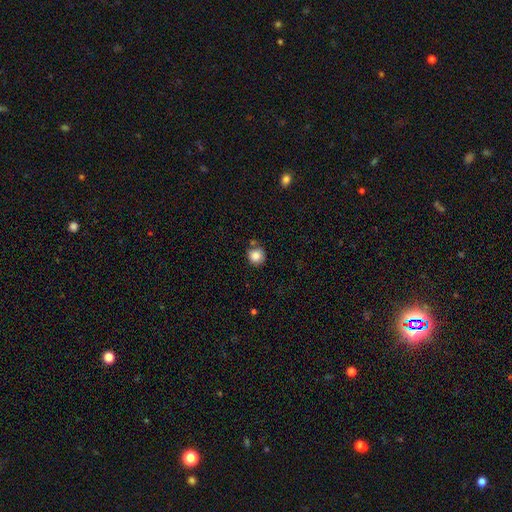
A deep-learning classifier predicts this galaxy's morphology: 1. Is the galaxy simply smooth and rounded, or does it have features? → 85% smooth, 9% star or artifact, 5% featured or disk.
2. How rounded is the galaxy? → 91% round, 8% in between, 1% cigar-shaped.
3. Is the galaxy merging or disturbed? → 70% none, 16% minor disturbance, 9% merger, 4% major disturbance.